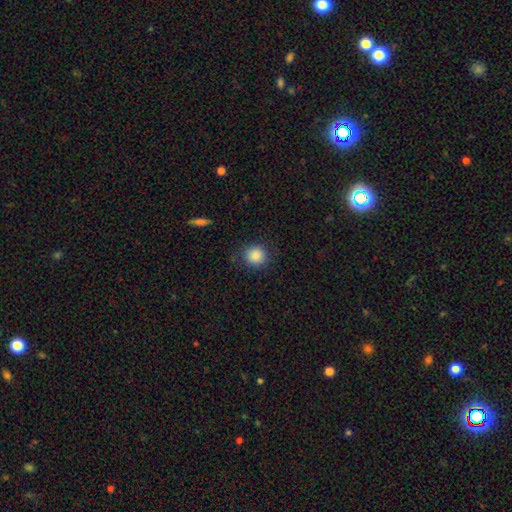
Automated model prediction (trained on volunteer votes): Morphology: type=smooth (87%); roundness=round (91%); merging=none (86%).